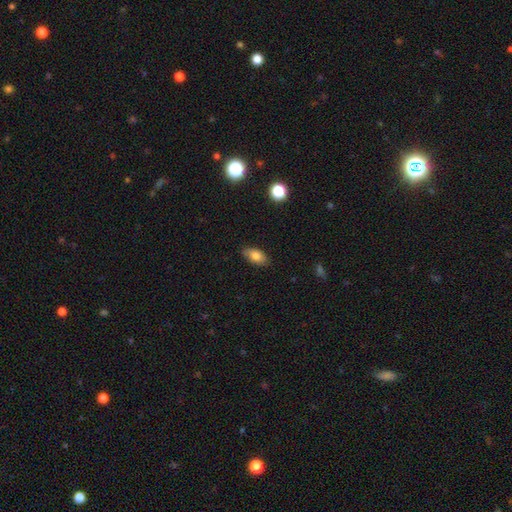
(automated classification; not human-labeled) smooth_or_featured: smooth (p=0.81) [alt: featured or disk p=0.11]
how_rounded: in between (p=0.89) [alt: cigar-shaped p=0.06]
merging: none (p=0.84) [alt: minor disturbance p=0.13]